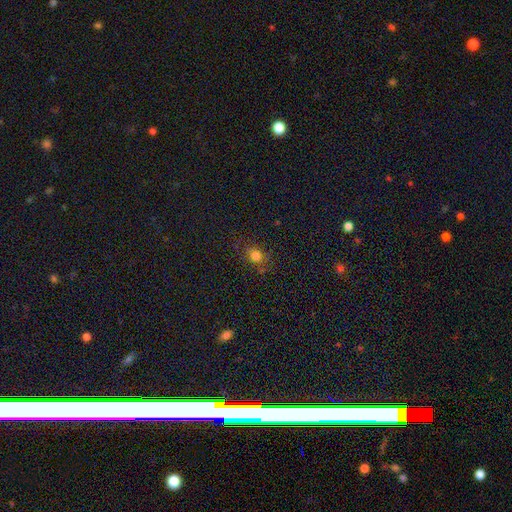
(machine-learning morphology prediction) A smooth galaxy with no disk features (77%) that is round (65%).

Vote fractions:
- Smooth or featured? smooth: 77% / star or artifact: 17% / featured or disk: 7%
- How rounded? round: 65% / in between: 34% / cigar-shaped: 1%
- Merging? none: 77% / minor disturbance: 14% / major disturbance: 5% / merger: 4%